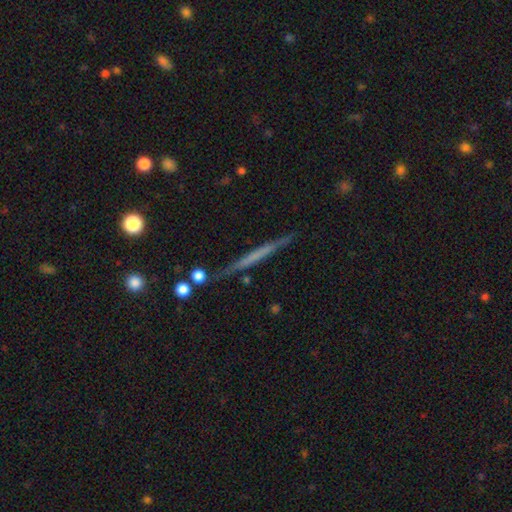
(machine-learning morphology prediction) A featured or disk galaxy (56%) viewed edge-on (96%) with no central bulge (86%).

Vote fractions:
- Smooth or featured? featured or disk: 56% / smooth: 37% / star or artifact: 8%
- Edge-on disk? yes: 96% / no: 4%
- Edge-on bulge? none: 86% / rounded: 8% / boxy: 7%
- Merging? none: 84% / minor disturbance: 11% / merger: 3% / major disturbance: 3%